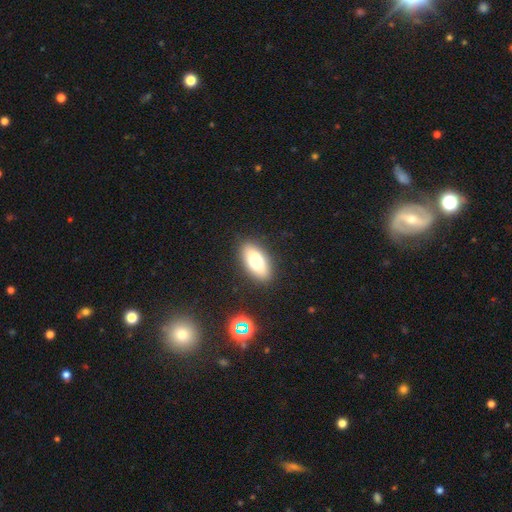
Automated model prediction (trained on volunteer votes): Q: Smooth or featured?
A: smooth (70%); runner-up: featured or disk (21%)
Q: How rounded?
A: in between (86%); runner-up: cigar-shaped (10%)
Q: Merging?
A: none (87%); runner-up: minor disturbance (9%)